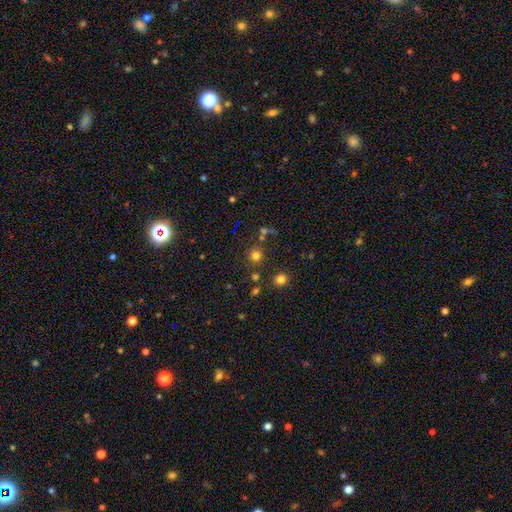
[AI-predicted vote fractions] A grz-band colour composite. It shows a smooth galaxy with no disk features (73%) that is round (91%). Merging: none (78%).